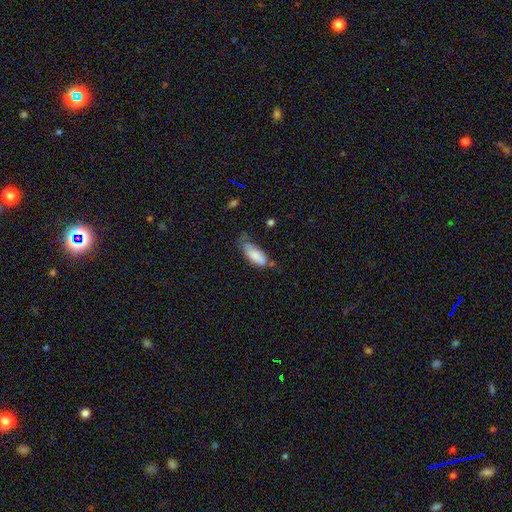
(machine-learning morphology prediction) Overall: smooth (82%). How rounded: in between (81%). Merging: none (42%; minor disturbance 39%).